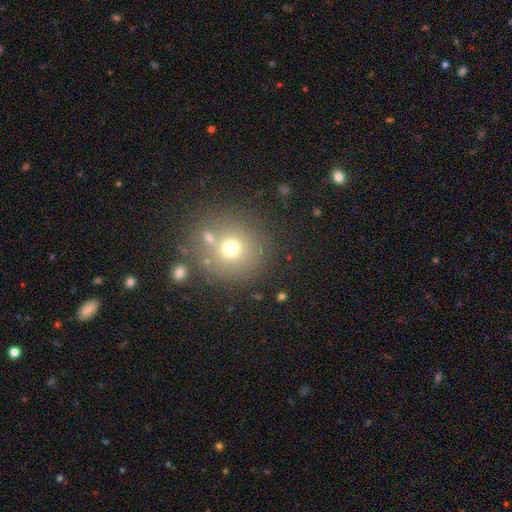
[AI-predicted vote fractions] Smooth or featured? smooth (62%)
How rounded? round (90%)
Merging? none (68%)